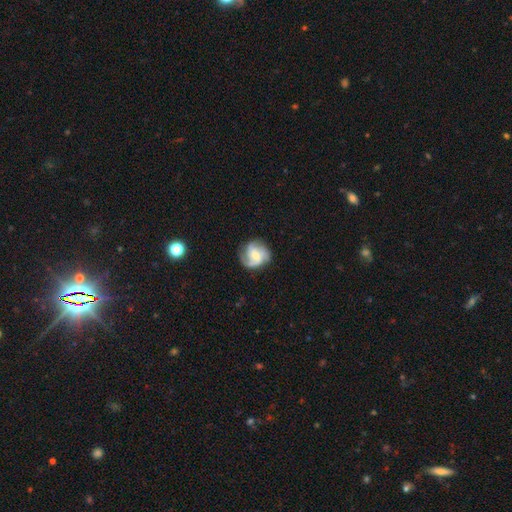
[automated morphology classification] Smooth or featured? Predicted: featured or disk (p=0.78). Edge-on disk? Predicted: no (p=0.98). Bar? Predicted: weak (p=0.44). Spiral arms? Predicted: yes (p=0.96). Spiral winding? Predicted: medium (p=0.48). Spiral arm count? Predicted: 3 (p=0.49). Bulge size? Predicted: small (p=0.50). Merging? Predicted: none (p=0.72).